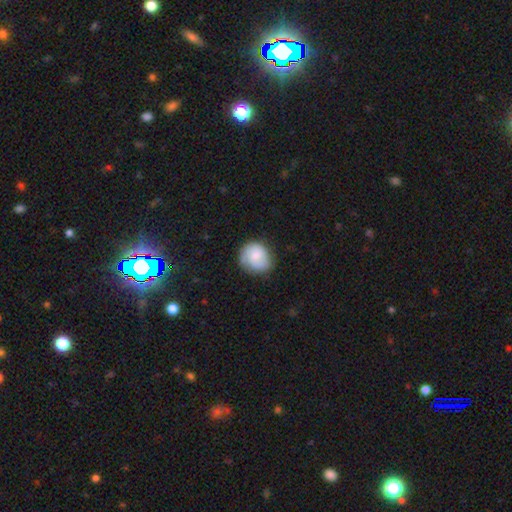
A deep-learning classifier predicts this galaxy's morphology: A smooth galaxy with no disk features (57%) that is round (74%). Merging: none (70%).